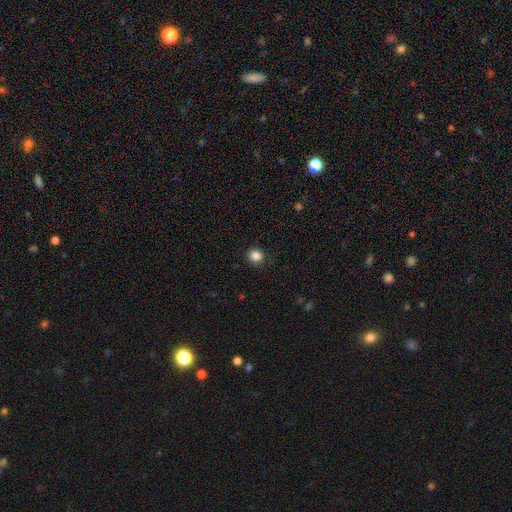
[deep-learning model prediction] Overall: smooth (86%). How rounded: round (88%). Merging: none (89%).